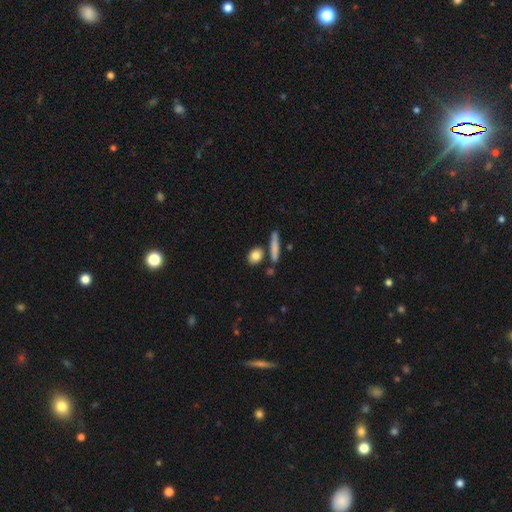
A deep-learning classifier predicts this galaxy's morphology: smooth_or_featured: smooth (p=0.83) [alt: featured or disk p=0.10]
how_rounded: in between (p=0.43) [alt: round p=0.41]
merging: none (p=0.76) [alt: merger p=0.11]